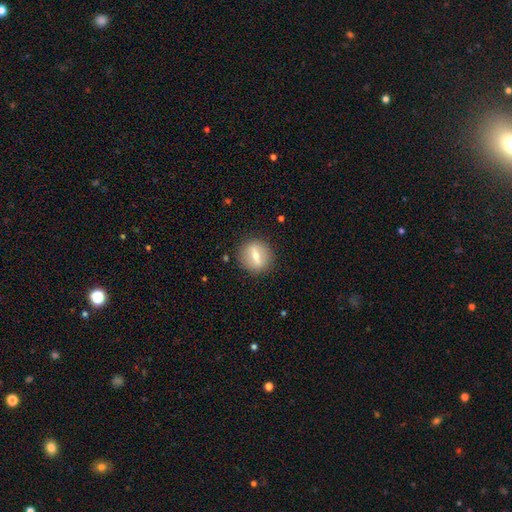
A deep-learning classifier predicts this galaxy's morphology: The model was most divided on "smooth or featured": featured or disk: 47%, smooth: 44%, star or artifact: 8%. More confident: merging — none (88%).